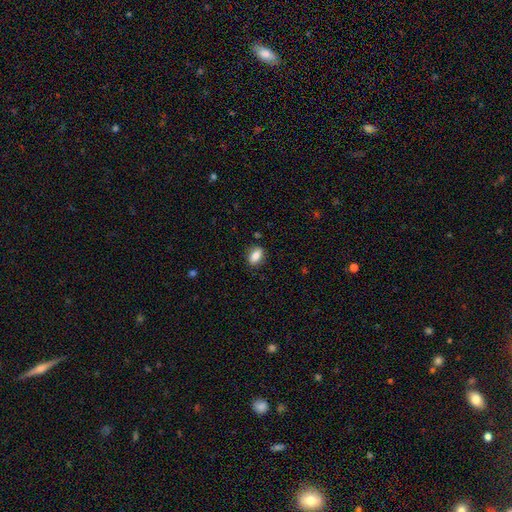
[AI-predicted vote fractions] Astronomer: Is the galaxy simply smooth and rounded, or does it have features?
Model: smooth — 83%.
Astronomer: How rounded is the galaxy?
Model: in between — 84%.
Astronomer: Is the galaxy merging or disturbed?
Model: none — 84%.